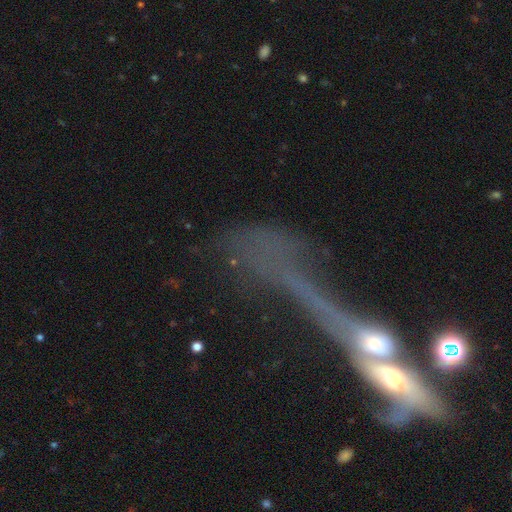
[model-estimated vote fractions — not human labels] A featured or disk galaxy (55%).

Vote fractions:
- Smooth or featured? featured or disk: 55% / smooth: 25% / star or artifact: 21%
- Edge-on disk? no: 55% / yes: 45%
- Merging? merger: 50% / major disturbance: 27% / none: 15% / minor disturbance: 9%